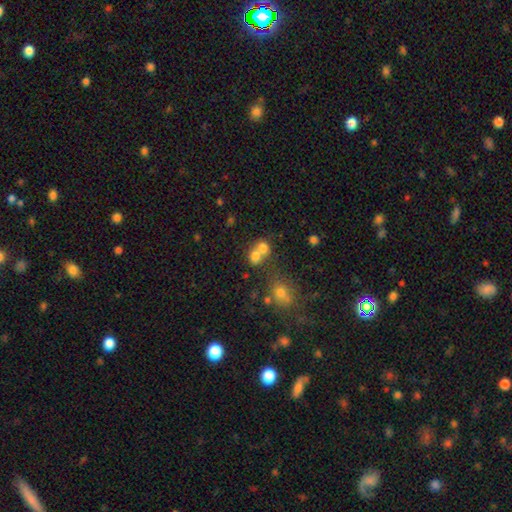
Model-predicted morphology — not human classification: Smooth or featured: smooth — 72% (featured or disk — 14%)
How rounded: round — 65% (in between — 34%)
Merging: merger — 61% (none — 29%)